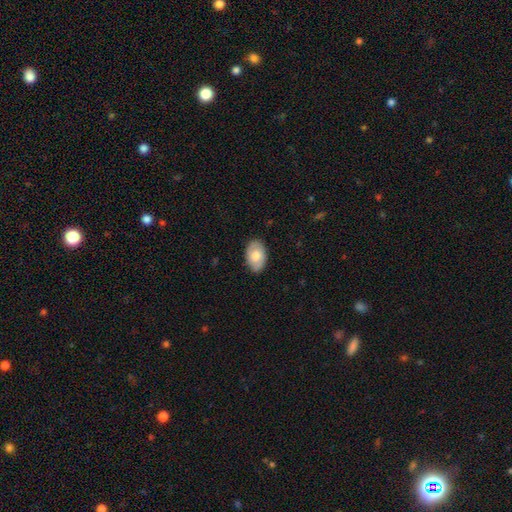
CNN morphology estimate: A smooth galaxy with no disk features (67%) that is in between round and cigar-shaped (89%).

Vote fractions:
- Smooth or featured? smooth: 67% / featured or disk: 27% / star or artifact: 6%
- How rounded? in between: 89% / round: 10% / cigar-shaped: 1%
- Merging? none: 85% / minor disturbance: 12% / major disturbance: 2% / merger: 1%